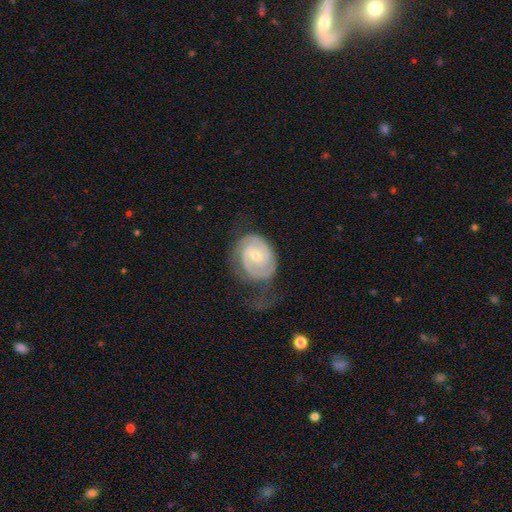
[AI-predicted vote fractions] Smooth or featured: featured or disk — 87% (smooth — 9%)
Edge-on disk: no — 98% (yes — 2%)
Bar: no — 48% (weak — 43%)
Spiral arms: yes — 97% (no — 3%)
Spiral winding: tight — 65% (medium — 29%)
Spiral arm count: 2 — 74% (can't tell — 9%)
Bulge size: small — 49% (moderate — 47%)
Merging: none — 58% (minor disturbance — 24%)